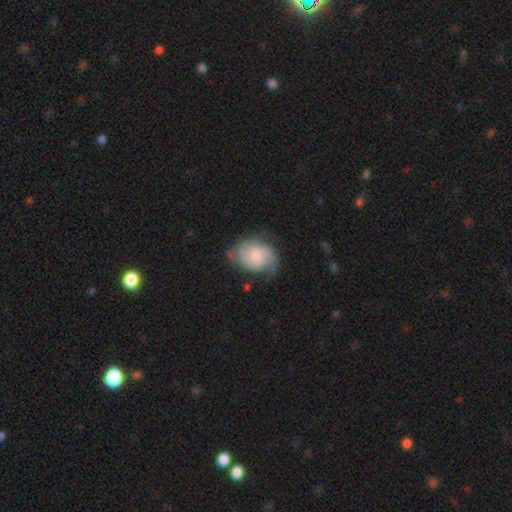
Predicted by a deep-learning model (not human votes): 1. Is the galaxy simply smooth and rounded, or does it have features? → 68% featured or disk, 26% smooth, 6% star or artifact.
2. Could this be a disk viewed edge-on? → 97% no, 3% yes.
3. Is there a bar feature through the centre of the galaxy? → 48% no, 45% weak, 7% strong.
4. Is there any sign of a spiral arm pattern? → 91% yes, 9% no.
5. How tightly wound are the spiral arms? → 45% medium, 33% tight, 22% loose.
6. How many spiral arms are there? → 65% 2, 15% can't tell, 12% 1, 5% 3, 2% 4, 2% more than 4.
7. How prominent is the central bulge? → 44% moderate, 38% small, 9% none, 8% large, 1% dominant.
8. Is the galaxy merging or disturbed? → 56% none, 27% minor disturbance, 15% major disturbance, 2% merger.